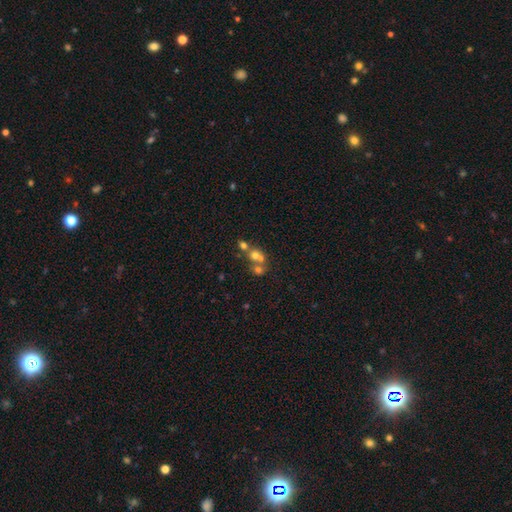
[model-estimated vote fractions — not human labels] smooth 61%, featured or disk 22%, star or artifact 17%. Down the decision tree: how rounded — round (77%); merging — merger (58%).